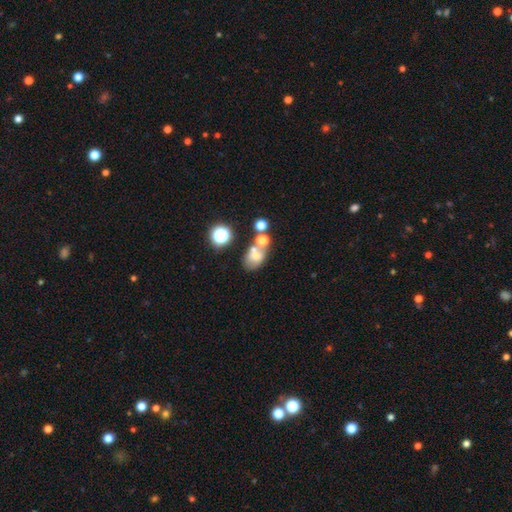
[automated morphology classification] Smooth or featured? Predicted: smooth (p=0.59). How rounded? Predicted: in between (p=0.63). Merging? Predicted: none (p=0.42).